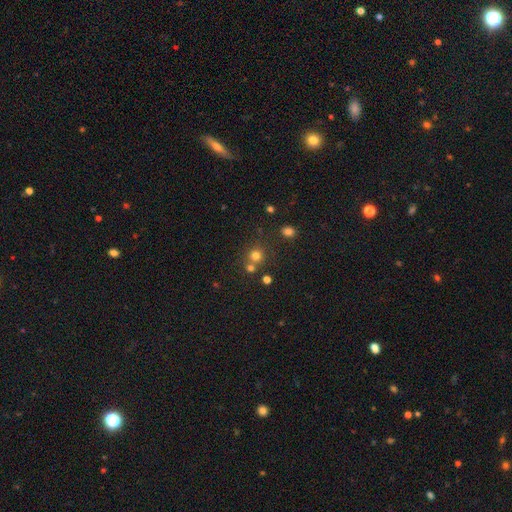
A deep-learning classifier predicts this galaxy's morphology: A smooth galaxy with no disk features (73%) that is round (89%).

Vote fractions:
- Smooth or featured? smooth: 73% / star or artifact: 19% / featured or disk: 8%
- How rounded? round: 89% / in between: 10% / cigar-shaped: 1%
- Merging? none: 62% / merger: 27% / minor disturbance: 8% / major disturbance: 3%